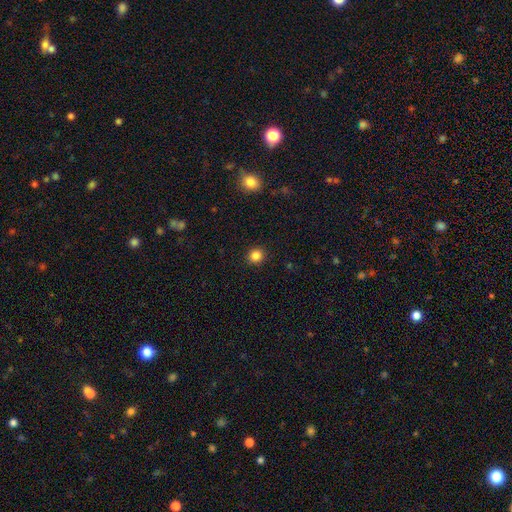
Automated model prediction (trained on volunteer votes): smooth-or-featured: smooth: 85% | star or artifact: 12% | featured or disk: 3%
  how-rounded: round: 88% | in between: 11% | cigar-shaped: 1%
  merging: none: 91% | minor disturbance: 6% | major disturbance: 2% | merger: 1%